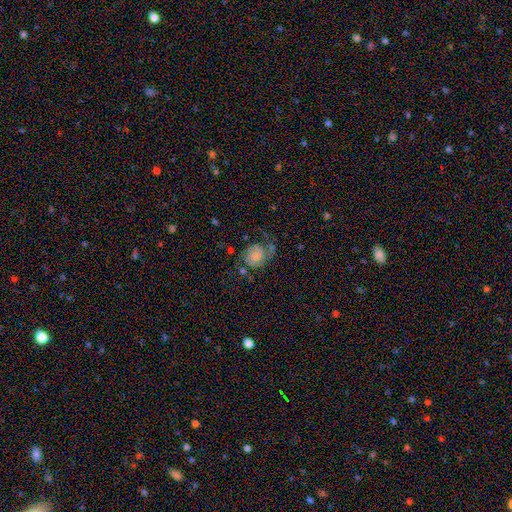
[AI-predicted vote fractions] This is possibly a smooth galaxy (53%). How rounded: likely round (64%). Merging: marginally none (40%).